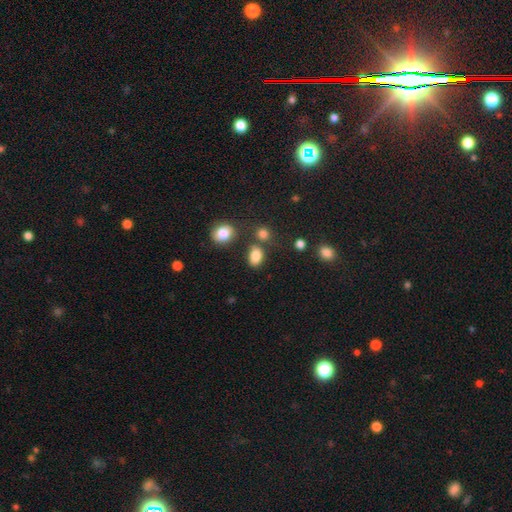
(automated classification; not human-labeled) This is clearly a smooth galaxy (83%). How rounded: likely in between (78%). Merging: likely none (71%).